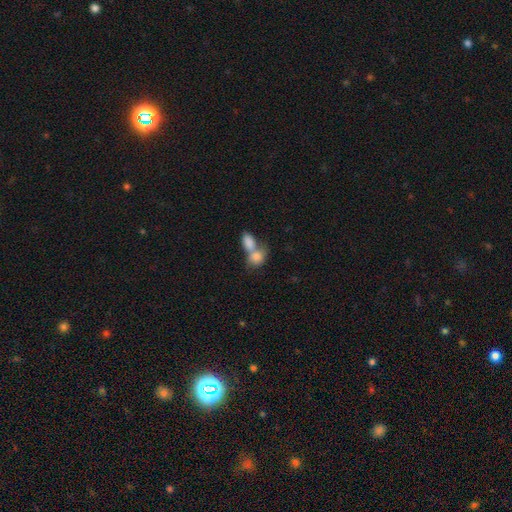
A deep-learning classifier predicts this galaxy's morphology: smooth_or_featured: smooth (p=0.81) [alt: featured or disk p=0.11]
how_rounded: in between (p=0.69) [alt: round p=0.29]
merging: merger (p=0.72) [alt: none p=0.19]